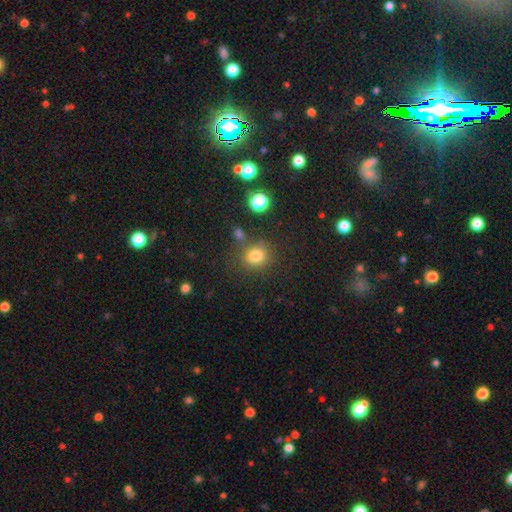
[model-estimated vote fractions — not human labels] Overall: smooth (77%). How rounded: round (74%). Merging: none (74%).